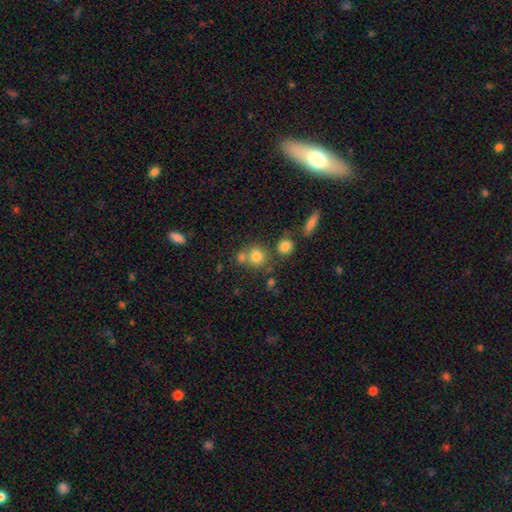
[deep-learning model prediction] The model was most divided on "merging": none: 56%, merger: 29%, minor disturbance: 10%, major disturbance: 5%. More confident: how rounded — round (84%); smooth or featured — smooth (76%).